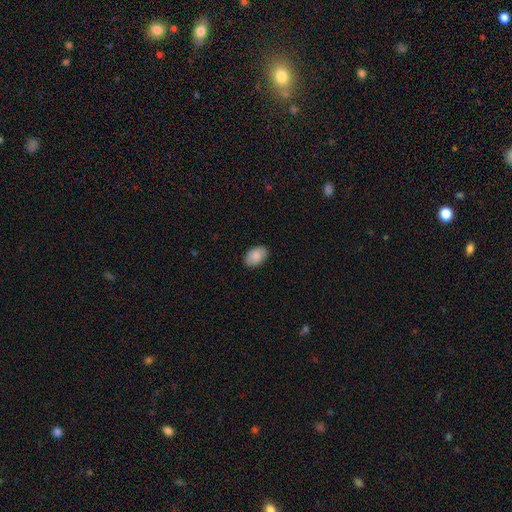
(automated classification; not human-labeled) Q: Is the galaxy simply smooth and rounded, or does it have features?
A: smooth — 84%.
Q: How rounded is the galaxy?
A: in between — 89%.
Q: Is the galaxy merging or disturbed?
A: none — 82%.